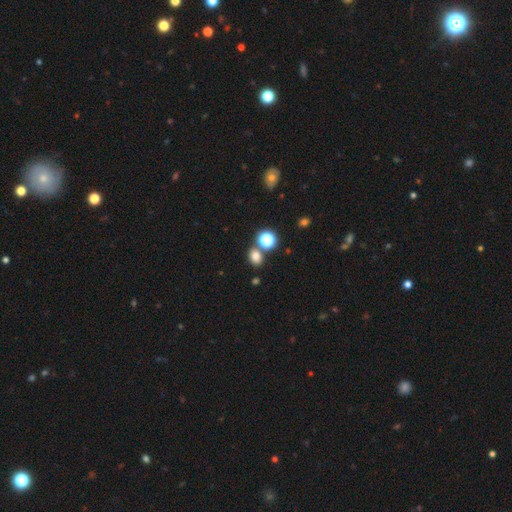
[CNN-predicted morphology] Overall: smooth (73%). How rounded: in between (52%; round 47%). Merging: none (72%).